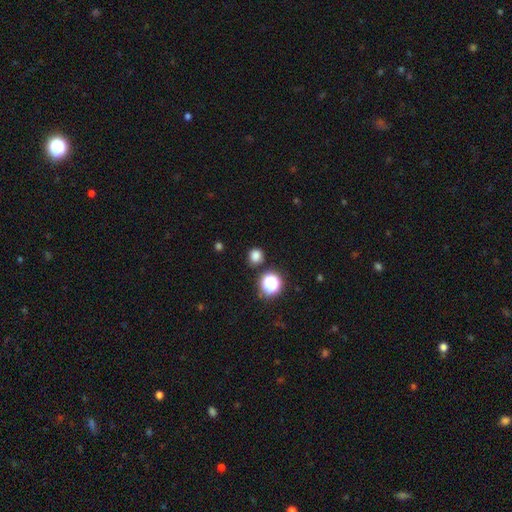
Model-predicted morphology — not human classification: Overall: smooth (78%). How rounded: round (84%). Merging: none (85%).